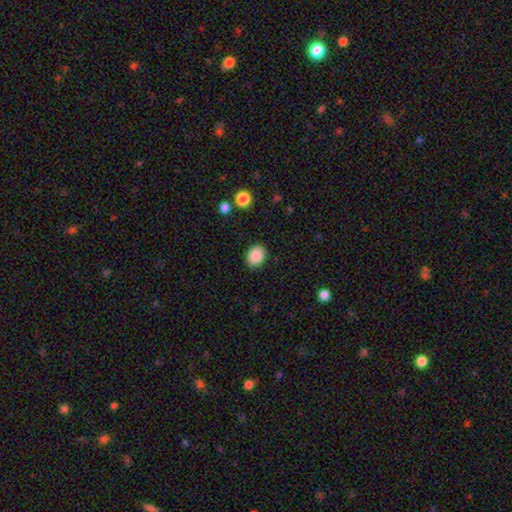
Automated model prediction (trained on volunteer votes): Q: Smooth or featured?
A: smooth (88%); runner-up: star or artifact (8%)
Q: How rounded?
A: in between (58%); runner-up: round (41%)
Q: Merging?
A: none (88%); runner-up: minor disturbance (9%)